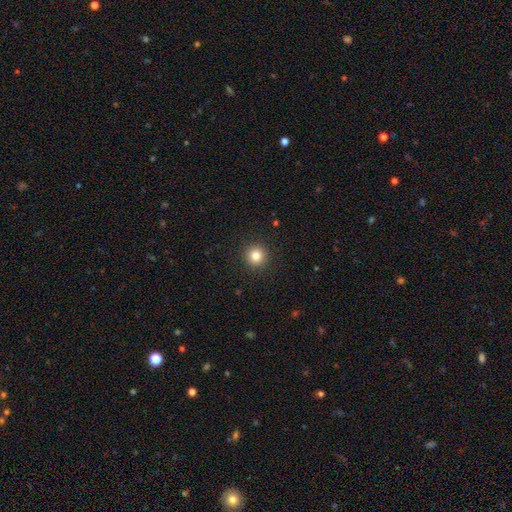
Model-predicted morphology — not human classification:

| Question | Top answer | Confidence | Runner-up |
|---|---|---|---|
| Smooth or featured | smooth | 82% | star or artifact (12%) |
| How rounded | round | 95% | in between (4%) |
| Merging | none | 92% | minor disturbance (5%) |